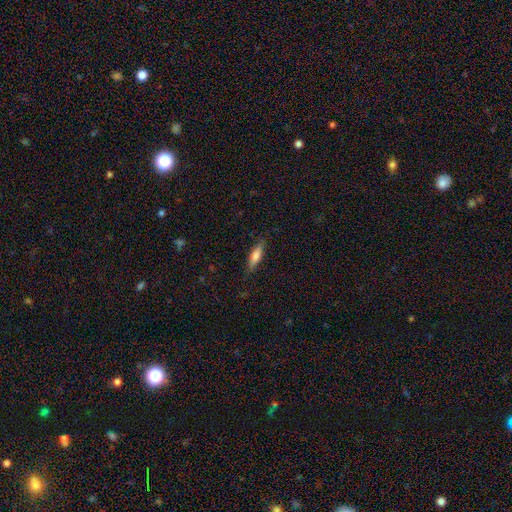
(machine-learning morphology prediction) This appears to be a smooth galaxy with no disk features (70%) that is cigar-shaped (61%). Merging: none (83%).